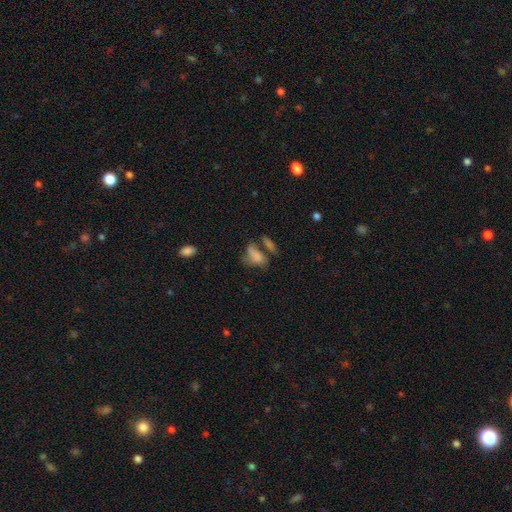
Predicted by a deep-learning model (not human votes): A smooth galaxy with no disk features (71%) that is in between round and cigar-shaped (82%).

Vote fractions:
- Smooth or featured? smooth: 71% / featured or disk: 17% / star or artifact: 11%
- How rounded? in between: 82% / round: 10% / cigar-shaped: 7%
- Merging? merger: 34% / none: 30% / major disturbance: 19% / minor disturbance: 17%